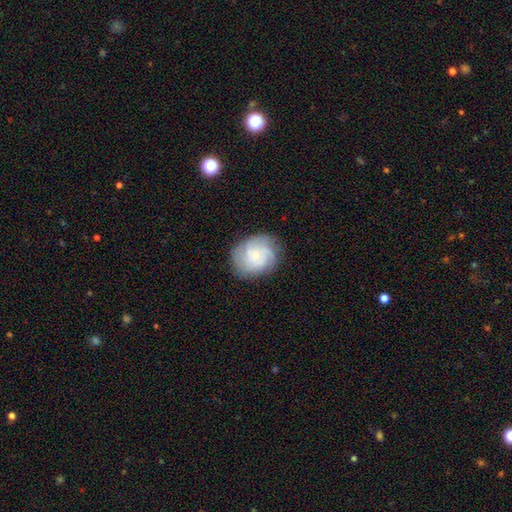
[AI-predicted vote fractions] Smooth or featured? featured or disk (68%)
Edge-on disk? no (98%)
Bar? no (77%)
Spiral arms? yes (93%)
Spiral winding? tight (58%)
Spiral arm count? 3 (31%)
Bulge size? small (71%)
Merging? none (76%)